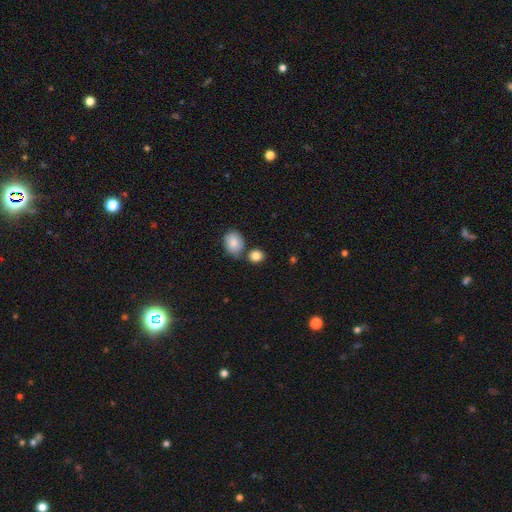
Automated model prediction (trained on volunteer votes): Overall: smooth (86%). How rounded: round (62%; in between 37%). Merging: none (64%).